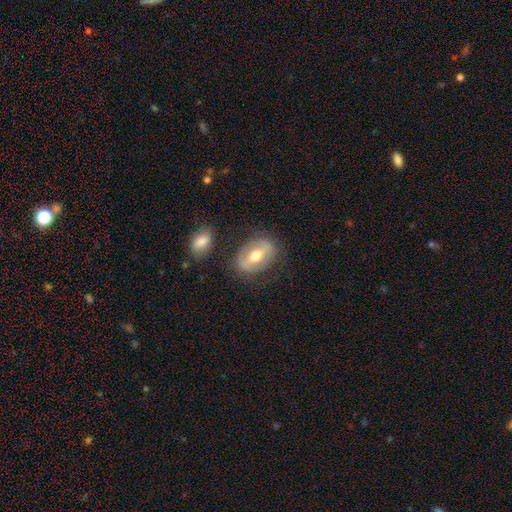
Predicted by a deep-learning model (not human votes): A featured or disk galaxy (55%). Merging: none (76%).